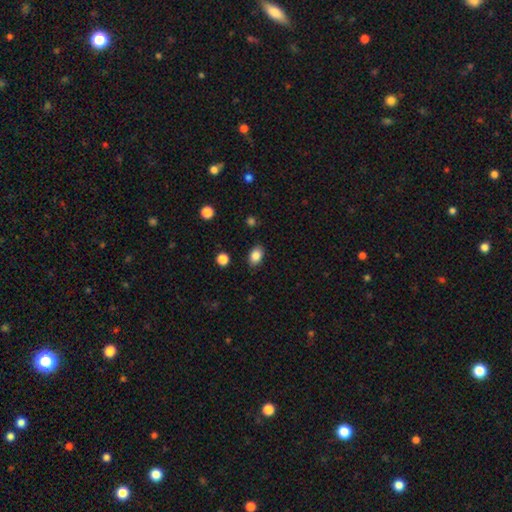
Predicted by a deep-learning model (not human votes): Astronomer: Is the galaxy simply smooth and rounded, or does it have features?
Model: smooth — 86%.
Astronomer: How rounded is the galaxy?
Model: in between — 82%.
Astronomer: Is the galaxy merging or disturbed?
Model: none — 87%.